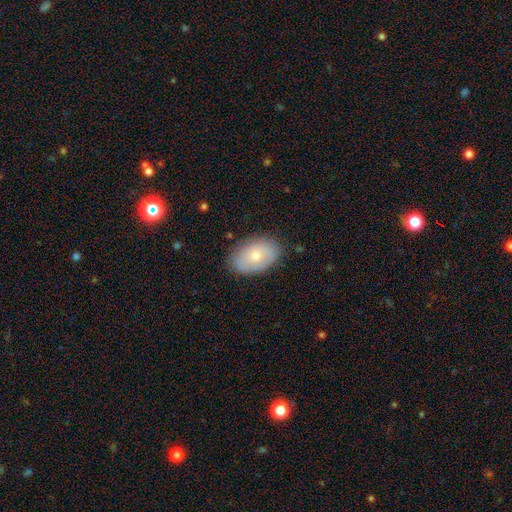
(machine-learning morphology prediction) The model was most divided on "smooth or featured": smooth: 66%, featured or disk: 28%, star or artifact: 7%. More confident: how rounded — in between (88%); merging — none (82%).